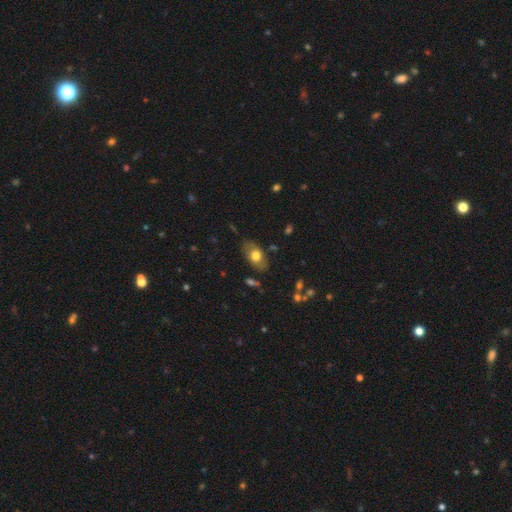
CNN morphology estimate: type=smooth (68%); roundness=in between (89%); merging=none (78%).